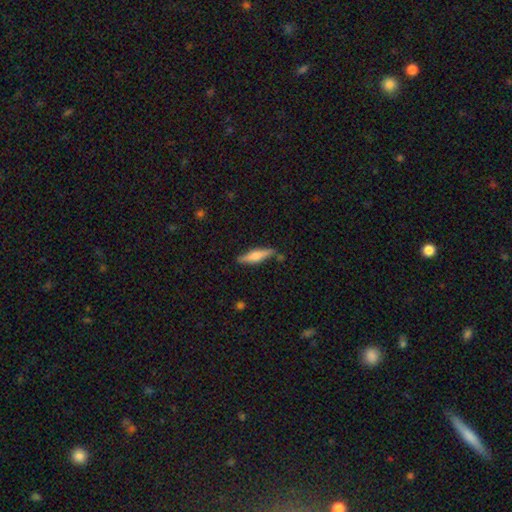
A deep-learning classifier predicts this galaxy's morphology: A smooth galaxy with no disk features (51%) that is cigar-shaped (77%). Merging: none (82%).